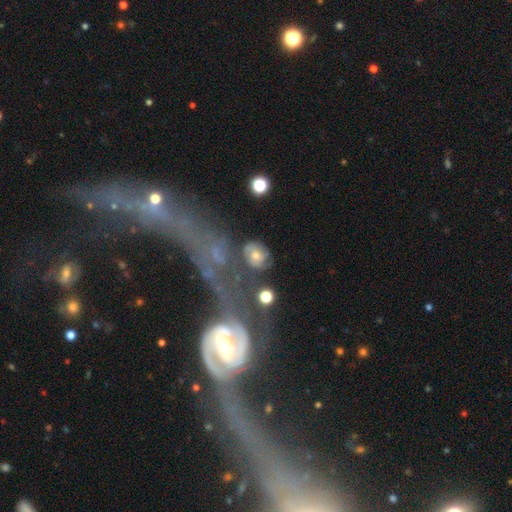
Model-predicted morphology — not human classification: Q: Smooth or featured?
A: featured or disk (49%); runner-up: smooth (39%)
Q: Merging?
A: none (59%); runner-up: minor disturbance (19%)